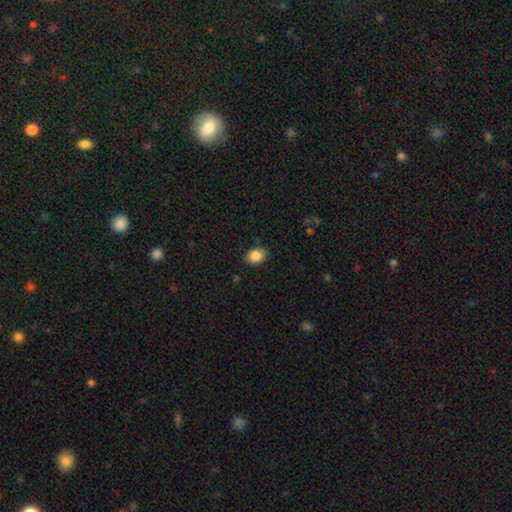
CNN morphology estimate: Smooth or featured: smooth — 87% (star or artifact — 8%)
How rounded: in between — 72% (round — 27%)
Merging: none — 85% (minor disturbance — 12%)